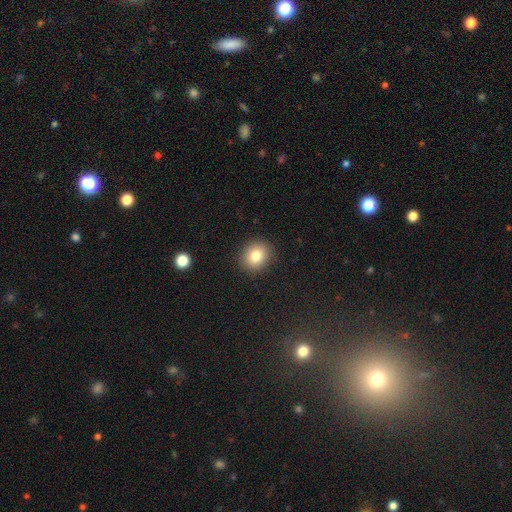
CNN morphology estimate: A smooth galaxy with no disk features (81%) that is round (64%). Merging: none (90%).